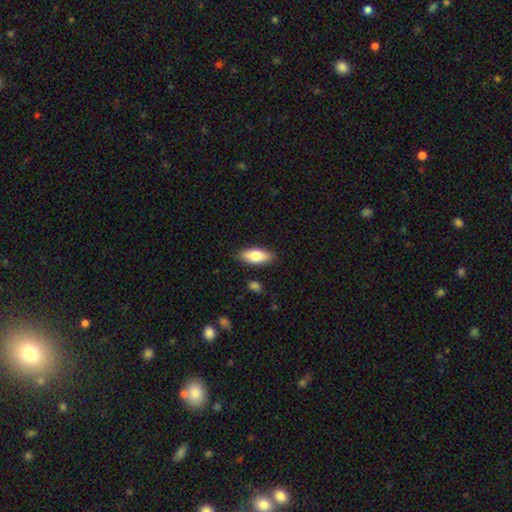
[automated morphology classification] Smooth or featured?
  - smooth: 77% *
  - featured or disk: 17%
  - star or artifact: 6%
How rounded?
  - in between: 79% *
  - cigar-shaped: 18%
  - round: 3%
Merging?
  - none: 87% *
  - minor disturbance: 10%
  - major disturbance: 2%
  - merger: 2%